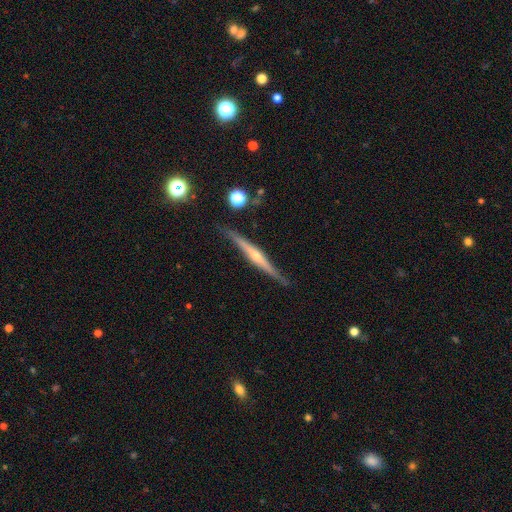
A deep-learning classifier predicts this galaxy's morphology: Smooth or featured?
  - featured or disk: 78% *
  - smooth: 16%
  - star or artifact: 6%
Edge-on disk?
  - yes: 98% *
  - no: 2%
Edge-on bulge?
  - rounded: 76% *
  - none: 17%
  - boxy: 6%
Merging?
  - none: 86% *
  - minor disturbance: 10%
  - major disturbance: 2%
  - merger: 2%